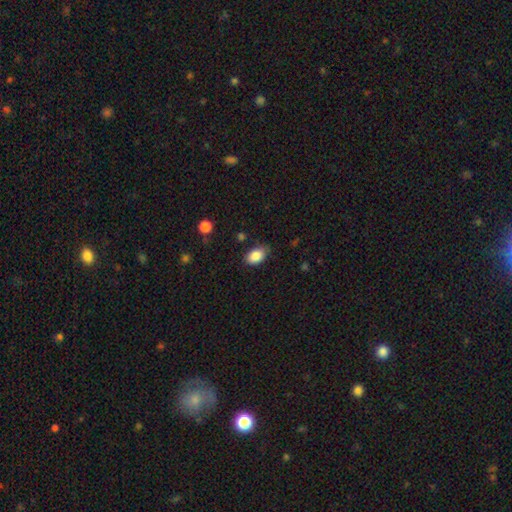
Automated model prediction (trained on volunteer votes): smooth 86%, star or artifact 8%, featured or disk 6%. Down the decision tree: how rounded — in between (89%); merging — none (75%).